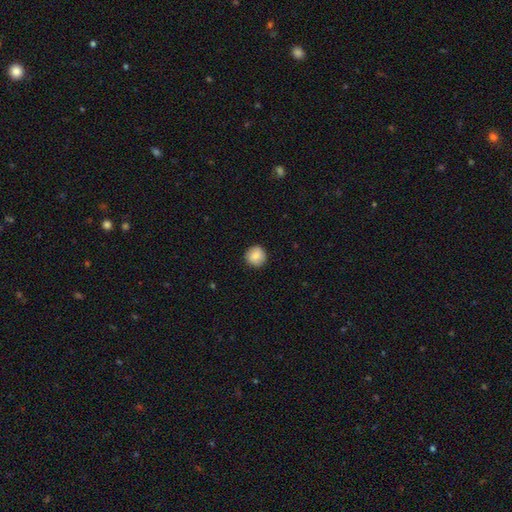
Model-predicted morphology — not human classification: Smooth or featured? Predicted: smooth (p=0.85). How rounded? Predicted: round (p=0.93). Merging? Predicted: none (p=0.90).